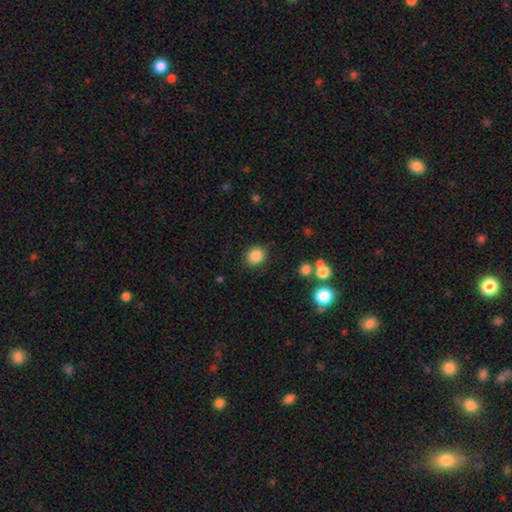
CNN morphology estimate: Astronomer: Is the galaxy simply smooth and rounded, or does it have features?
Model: smooth — 86%.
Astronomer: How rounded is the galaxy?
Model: round — 60% (runner-up: in between, 39%).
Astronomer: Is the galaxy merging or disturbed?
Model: none — 85%.